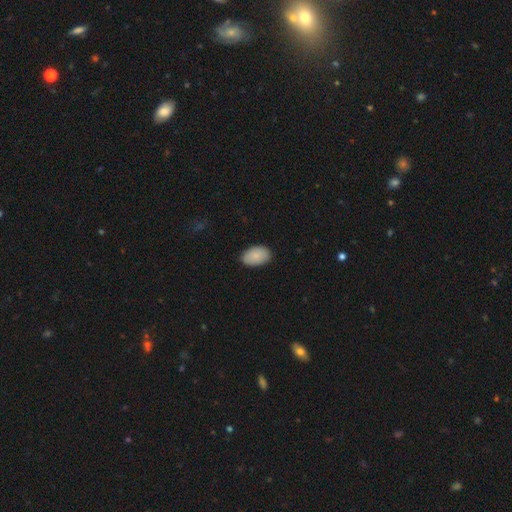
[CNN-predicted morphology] Overall: smooth (87%). How rounded: in between (92%). Merging: none (86%).